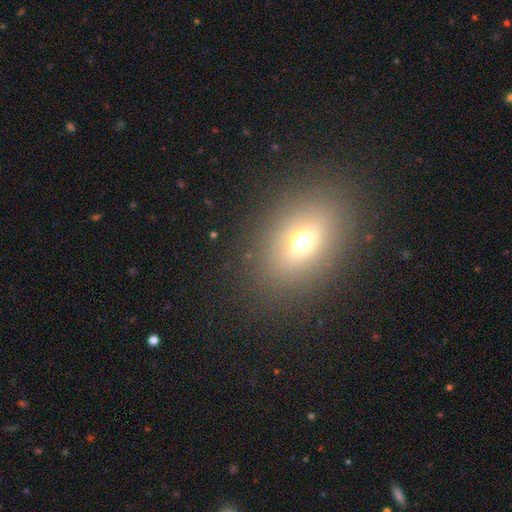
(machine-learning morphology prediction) smooth_or_featured: smooth (p=0.63) [alt: star or artifact p=0.19]
how_rounded: in between (p=0.72) [alt: round p=0.25]
merging: none (p=0.90) [alt: minor disturbance p=0.06]